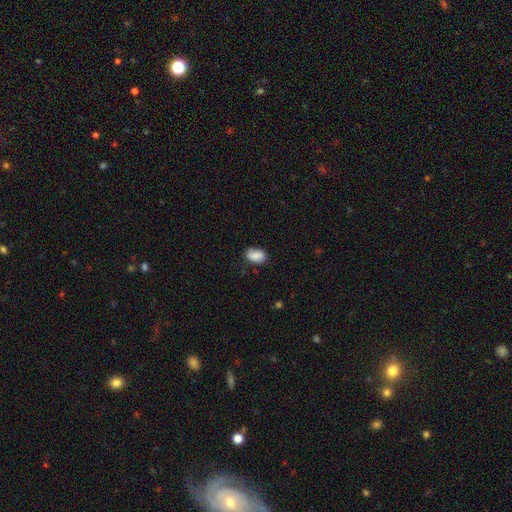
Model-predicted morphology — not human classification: smooth_or_featured: smooth (p=0.88) [alt: star or artifact p=0.07]
how_rounded: in between (p=0.89) [alt: round p=0.09]
merging: none (p=0.76) [alt: minor disturbance p=0.19]